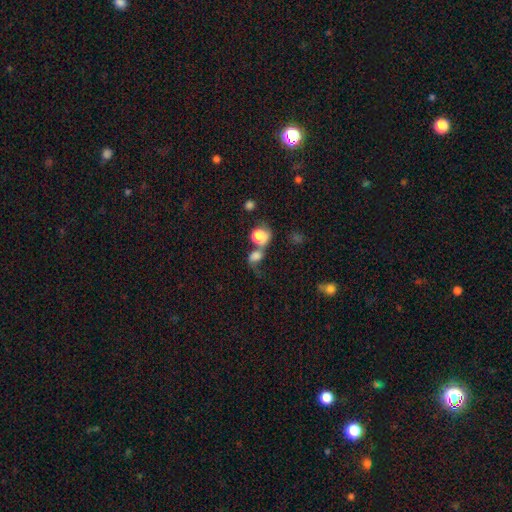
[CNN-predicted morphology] This is likely a smooth galaxy (65%). How rounded: possibly round (57%). Merging: possibly merger (53%).